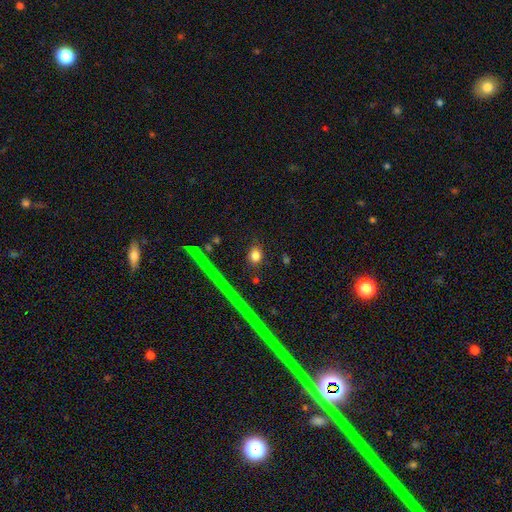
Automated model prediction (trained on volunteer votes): A smooth galaxy with no disk features (78%) that is round (63%).

Vote fractions:
- Smooth or featured? smooth: 78% / star or artifact: 13% / featured or disk: 9%
- How rounded? round: 63% / in between: 34% / cigar-shaped: 3%
- Merging? none: 85% / minor disturbance: 9% / major disturbance: 3% / merger: 3%